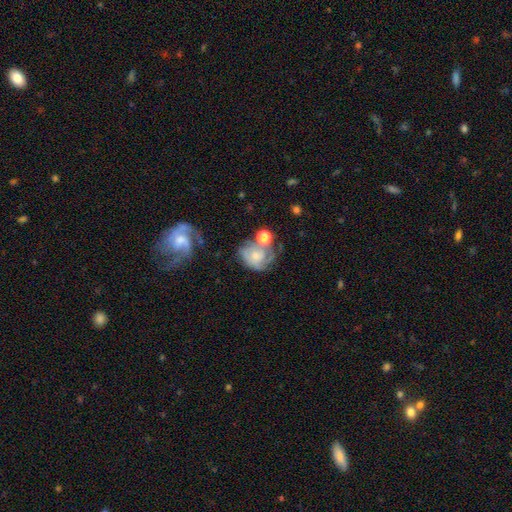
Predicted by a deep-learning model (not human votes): This appears to be a featured or disk galaxy (53%) with no bar (78%), spiral arms (74%) and a small central bulge (53%). Merging: none (36%).